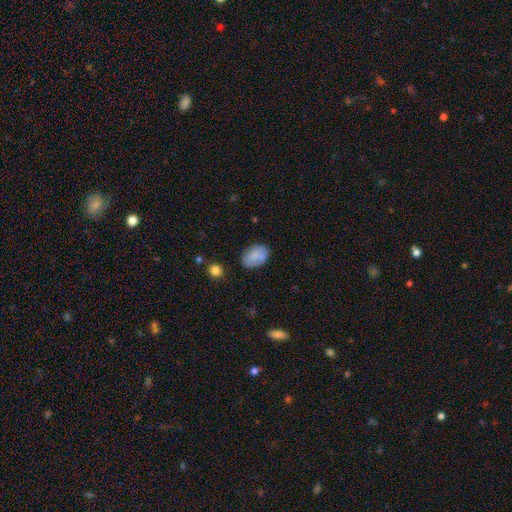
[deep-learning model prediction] Morphology: type=smooth (80%); roundness=in between (86%); merging=none (72%).